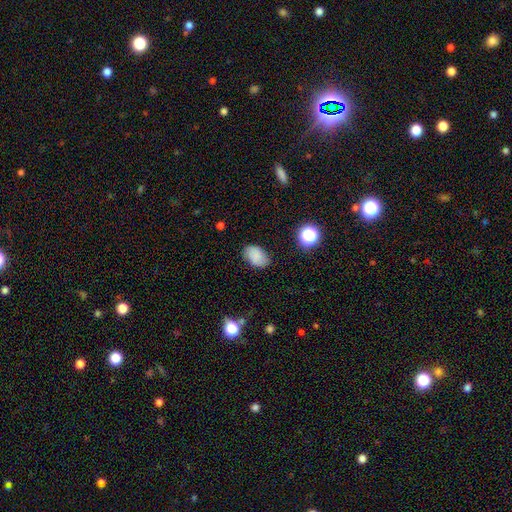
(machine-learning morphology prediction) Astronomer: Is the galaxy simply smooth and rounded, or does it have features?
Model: smooth — 80%.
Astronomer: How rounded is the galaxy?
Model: in between — 87%.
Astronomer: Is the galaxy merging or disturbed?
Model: none — 78%.